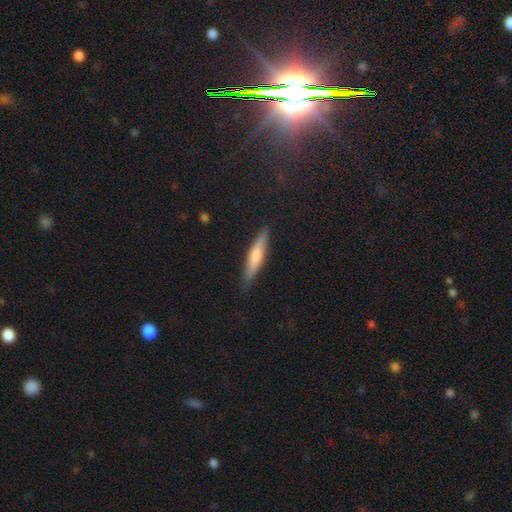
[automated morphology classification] Overall: smooth (66%; featured or disk 28%). How rounded: cigar-shaped (86%). Merging: none (86%).